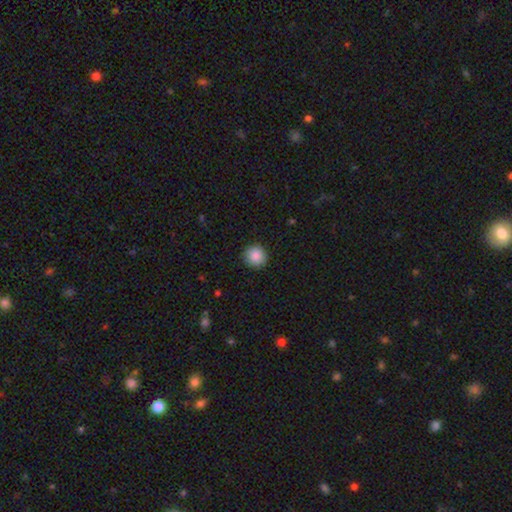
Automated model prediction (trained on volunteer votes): Q: Smooth or featured?
A: smooth (87%); runner-up: star or artifact (9%)
Q: How rounded?
A: round (94%); runner-up: in between (5%)
Q: Merging?
A: none (90%); runner-up: minor disturbance (7%)